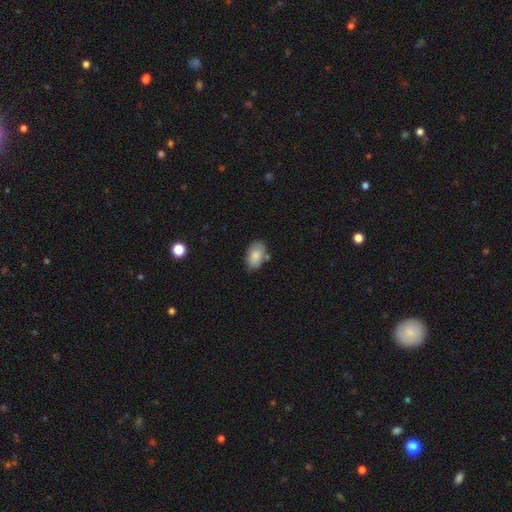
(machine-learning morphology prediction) smooth-or-featured: smooth: 82% | featured or disk: 11% | star or artifact: 7%
  how-rounded: in between: 92% | round: 7% | cigar-shaped: 1%
  merging: none: 70% | minor disturbance: 19% | merger: 6% | major disturbance: 4%